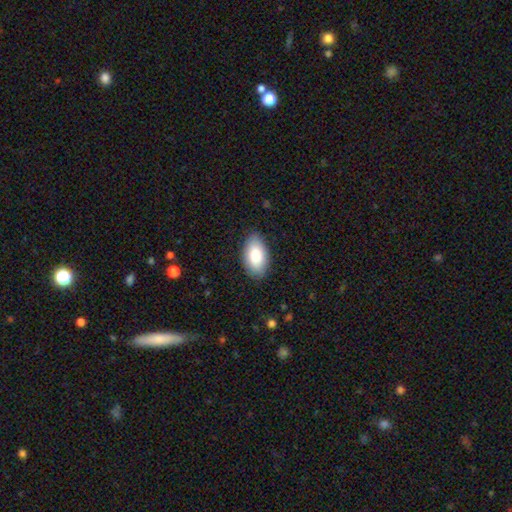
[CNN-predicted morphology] Overall: smooth (84%). How rounded: in between (95%). Merging: none (85%).